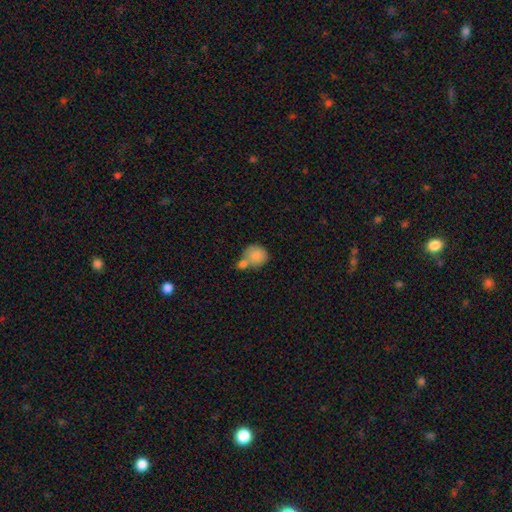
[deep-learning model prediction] This is clearly a smooth galaxy (83%). How rounded: clearly round (81%). Merging: possibly merger (49%).